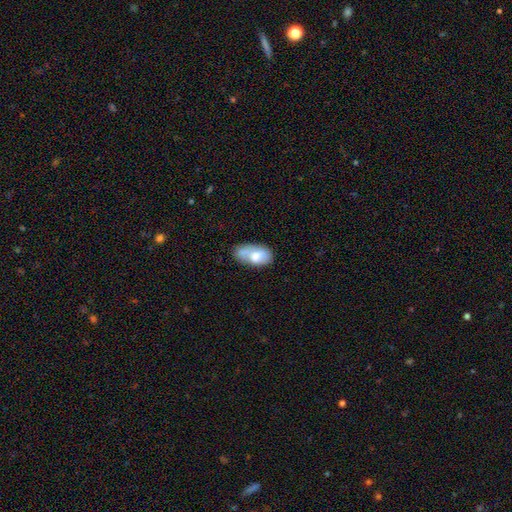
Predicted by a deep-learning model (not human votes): smooth-or-featured: smooth: 67% | featured or disk: 26% | star or artifact: 7%
  how-rounded: in between: 93% | round: 5% | cigar-shaped: 3%
  merging: none: 39% | minor disturbance: 29% | merger: 21% | major disturbance: 11%